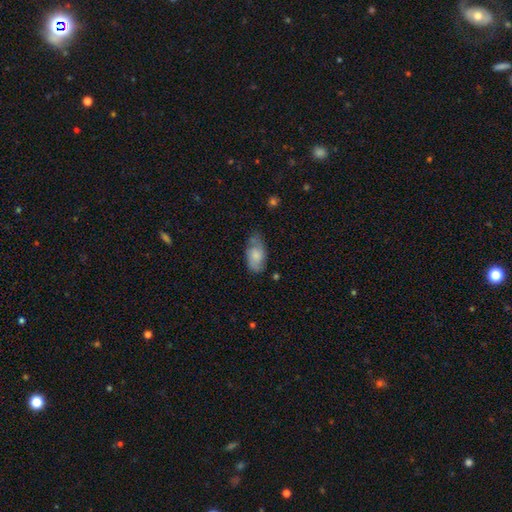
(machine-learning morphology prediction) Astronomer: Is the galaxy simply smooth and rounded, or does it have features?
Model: smooth — 68%.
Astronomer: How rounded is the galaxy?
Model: in between — 92%.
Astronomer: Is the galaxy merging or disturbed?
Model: none — 53% (runner-up: minor disturbance, 33%).